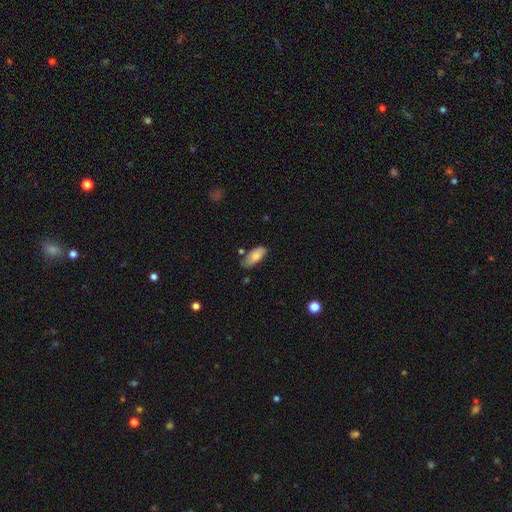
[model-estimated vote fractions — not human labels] Smooth or featured?
  - smooth: 77% *
  - featured or disk: 16%
  - star or artifact: 7%
How rounded?
  - in between: 88% *
  - cigar-shaped: 10%
  - round: 2%
Merging?
  - none: 67% *
  - minor disturbance: 24%
  - merger: 4%
  - major disturbance: 4%